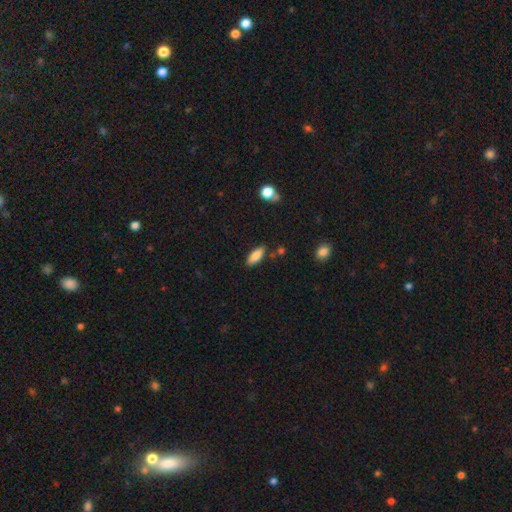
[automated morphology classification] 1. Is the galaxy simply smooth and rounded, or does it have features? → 83% smooth, 10% featured or disk, 7% star or artifact.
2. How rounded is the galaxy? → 78% in between, 20% cigar-shaped, 2% round.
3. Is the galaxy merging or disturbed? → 83% none, 12% minor disturbance, 3% merger, 2% major disturbance.